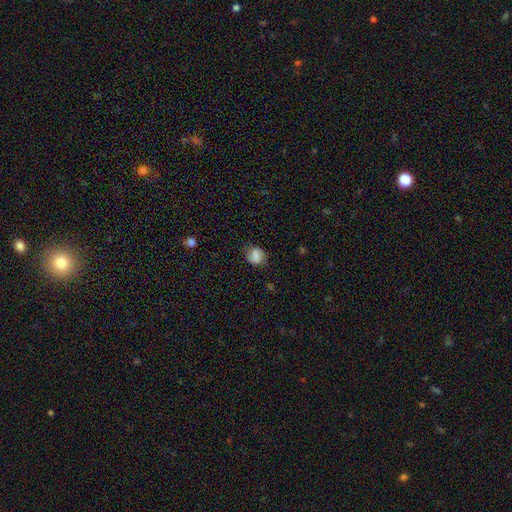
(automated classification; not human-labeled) smooth_or_featured: smooth (p=0.73) [alt: featured or disk p=0.17]
how_rounded: round (p=0.63) [alt: in between p=0.36]
merging: none (p=0.71) [alt: minor disturbance p=0.20]